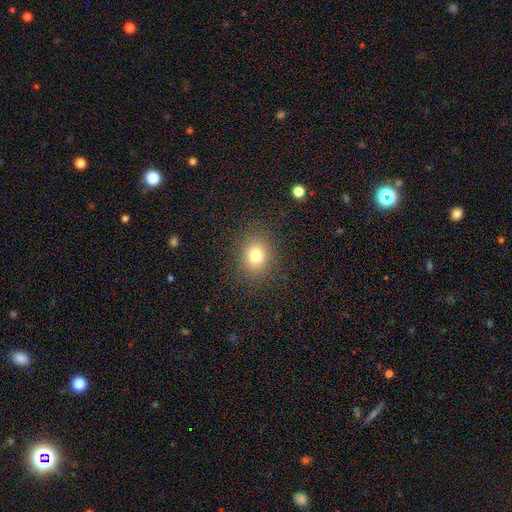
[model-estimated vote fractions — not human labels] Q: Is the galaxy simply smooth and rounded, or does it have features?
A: smooth — 78%.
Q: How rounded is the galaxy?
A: round — 63%.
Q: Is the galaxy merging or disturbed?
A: none — 87%.